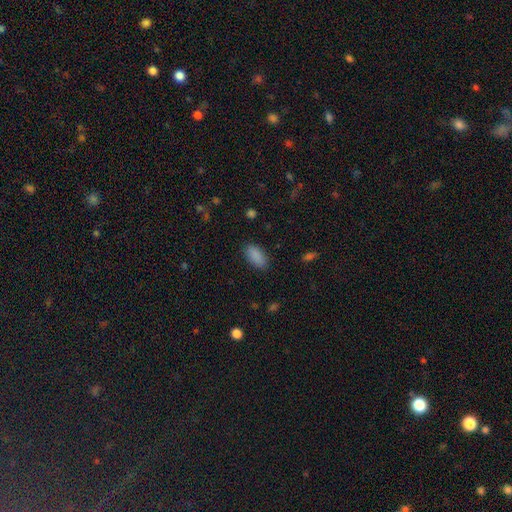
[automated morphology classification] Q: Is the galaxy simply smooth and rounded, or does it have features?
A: smooth — 89%.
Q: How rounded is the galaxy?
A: in between — 91%.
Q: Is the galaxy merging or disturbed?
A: none — 87%.